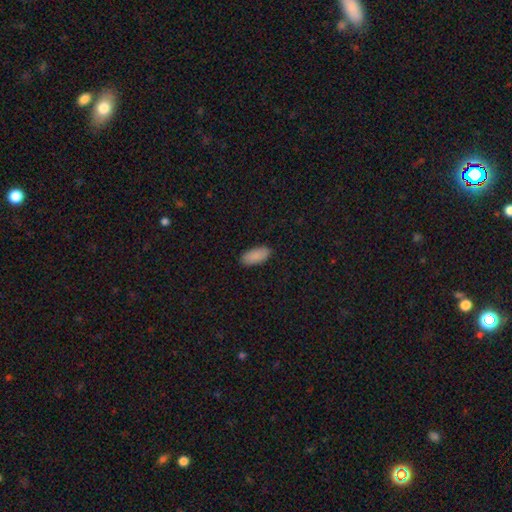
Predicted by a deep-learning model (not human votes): Q: Smooth or featured?
A: smooth (89%); runner-up: star or artifact (6%)
Q: How rounded?
A: in between (92%); runner-up: cigar-shaped (6%)
Q: Merging?
A: none (88%); runner-up: minor disturbance (9%)